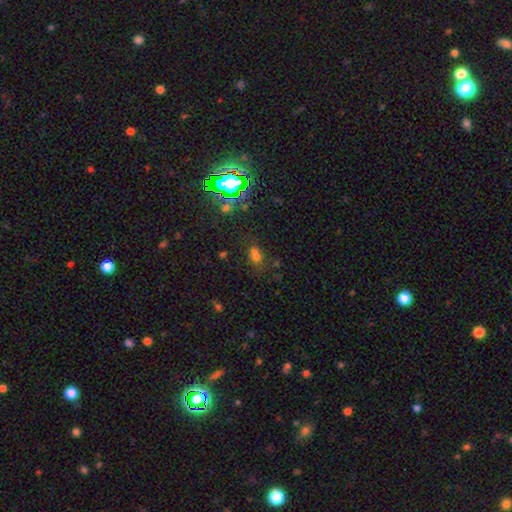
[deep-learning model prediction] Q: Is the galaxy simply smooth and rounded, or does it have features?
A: smooth — 53%.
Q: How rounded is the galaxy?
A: round — 56%.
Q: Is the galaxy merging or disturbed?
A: none — 45%.